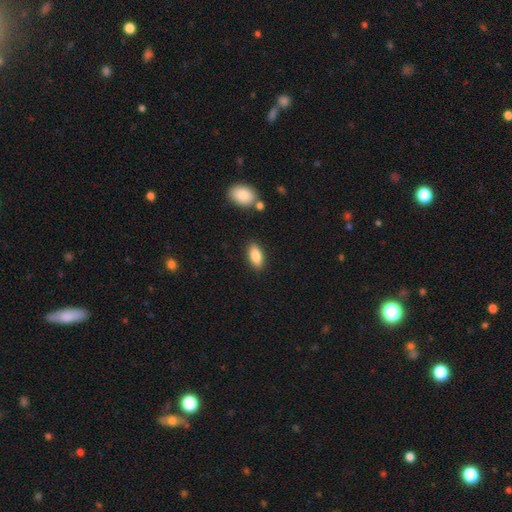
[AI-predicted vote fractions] This is clearly a smooth galaxy (84%). How rounded: clearly in between (87%). Merging: clearly none (87%).